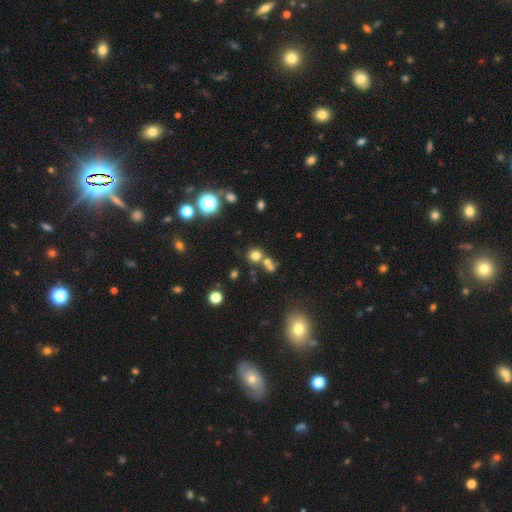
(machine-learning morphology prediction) smooth 70%, star or artifact 21%, featured or disk 9%. Down the decision tree: how rounded — round (87%); merging — none (59%).